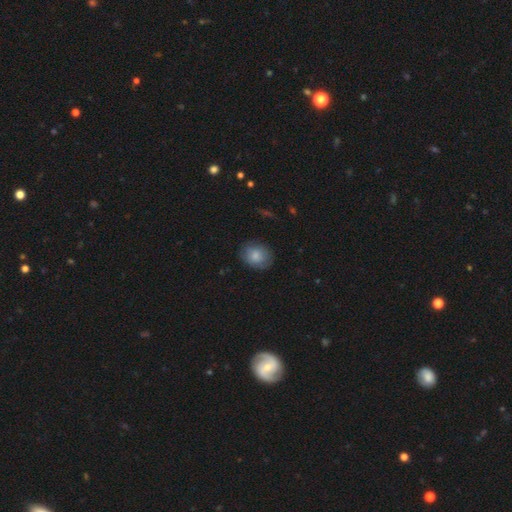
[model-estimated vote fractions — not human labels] This appears to be a smooth galaxy with no disk features (82%) that is round (56%). Merging: none (80%).